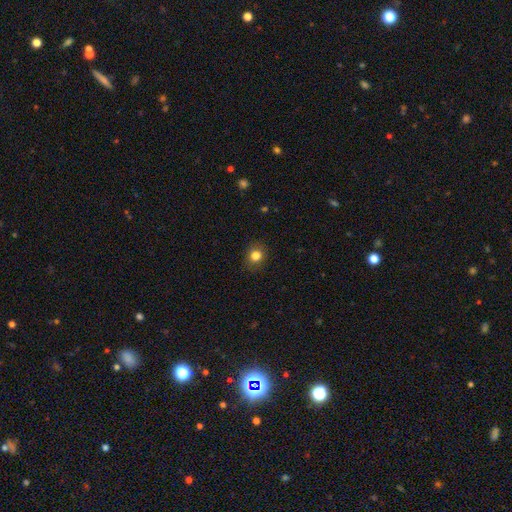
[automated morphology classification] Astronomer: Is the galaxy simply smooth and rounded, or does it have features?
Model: smooth — 82%.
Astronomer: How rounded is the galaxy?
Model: round — 74%.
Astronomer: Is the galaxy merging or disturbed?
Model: none — 86%.